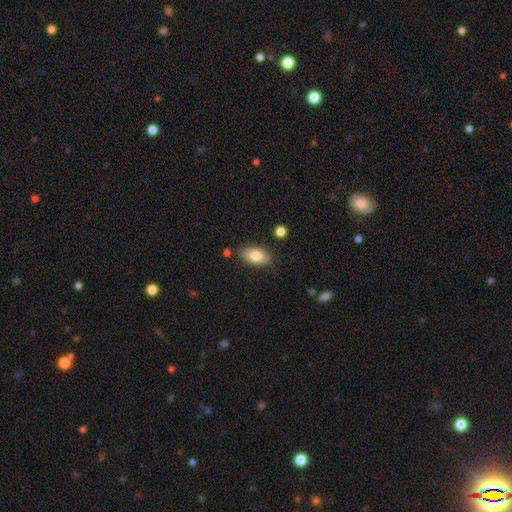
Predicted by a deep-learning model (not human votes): Overall: smooth (80%). How rounded: in between (90%). Merging: none (83%).